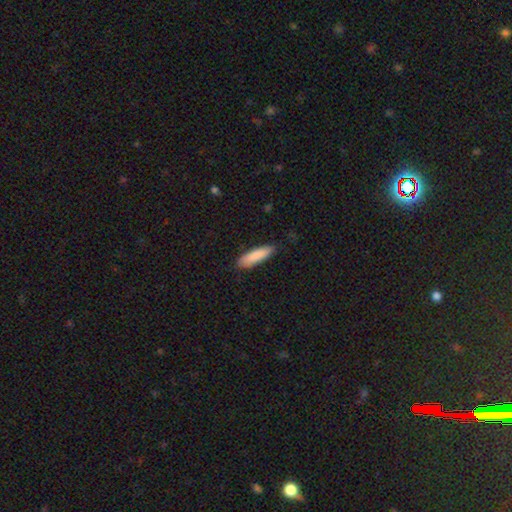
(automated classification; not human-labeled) smooth-or-featured: smooth: 87% | featured or disk: 7% | star or artifact: 5%
  how-rounded: cigar-shaped: 62% | in between: 37% | round: 1%
  merging: none: 86% | minor disturbance: 11% | major disturbance: 2% | merger: 1%